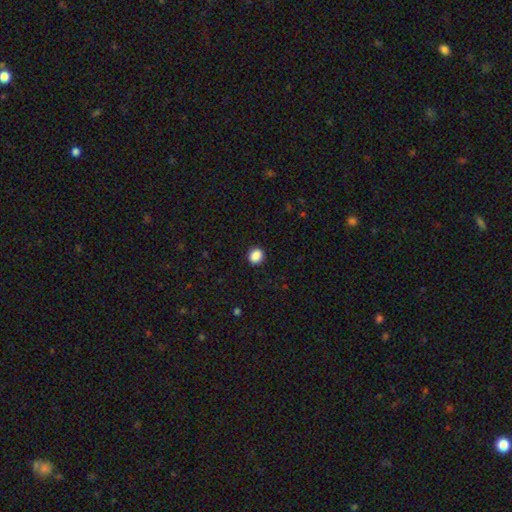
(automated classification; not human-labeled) Q: Smooth or featured?
A: smooth (88%); runner-up: star or artifact (9%)
Q: How rounded?
A: round (74%); runner-up: in between (25%)
Q: Merging?
A: none (91%); runner-up: minor disturbance (6%)